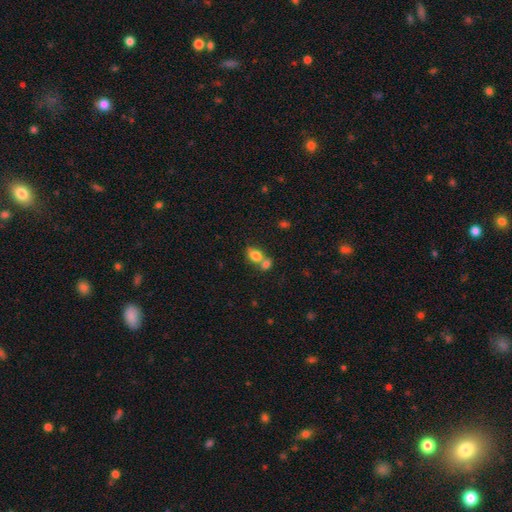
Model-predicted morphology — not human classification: Smooth or featured? smooth (79%)
How rounded? in between (67%)
Merging? merger (55%)